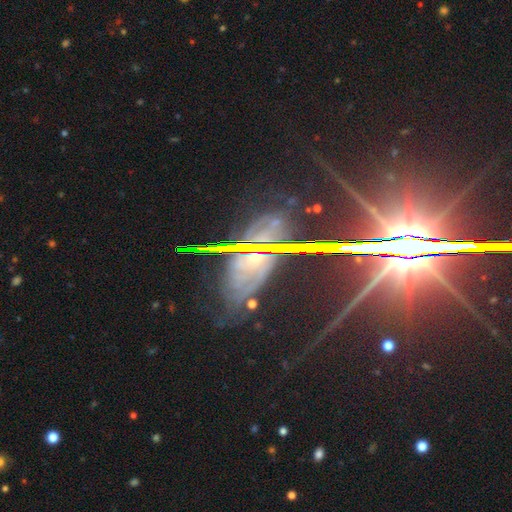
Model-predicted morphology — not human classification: smooth_or_featured: featured or disk (p=0.48) [alt: star or artifact p=0.41]
merging: none (p=0.70) [alt: minor disturbance p=0.16]